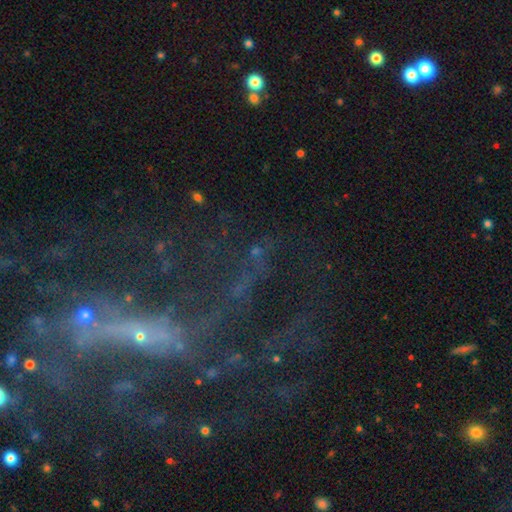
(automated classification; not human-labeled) This appears to be a star or artifact, not a galaxy (61%).